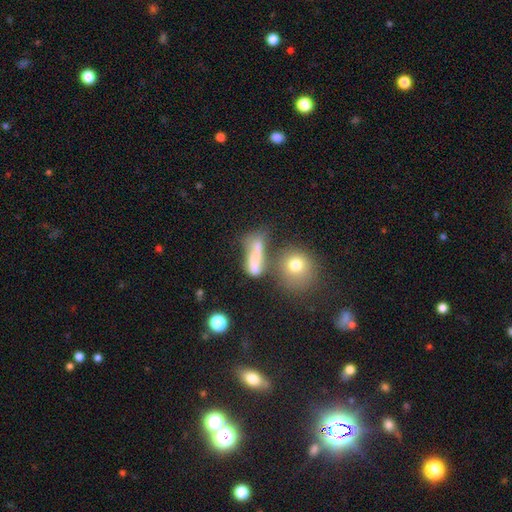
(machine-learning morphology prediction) Smooth or featured: smooth — 62% (featured or disk — 22%)
How rounded: in between — 46% (cigar-shaped — 34%)
Merging: merger — 35% (none — 29%)